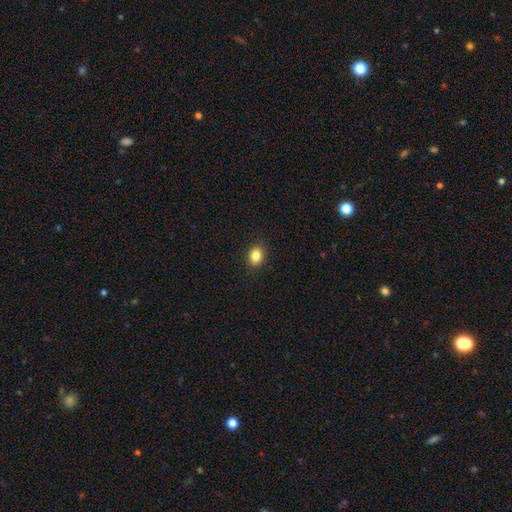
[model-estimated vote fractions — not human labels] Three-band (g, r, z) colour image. It shows a smooth galaxy with no disk features (85%) that is in between round and cigar-shaped (58%). Merging: none (90%).